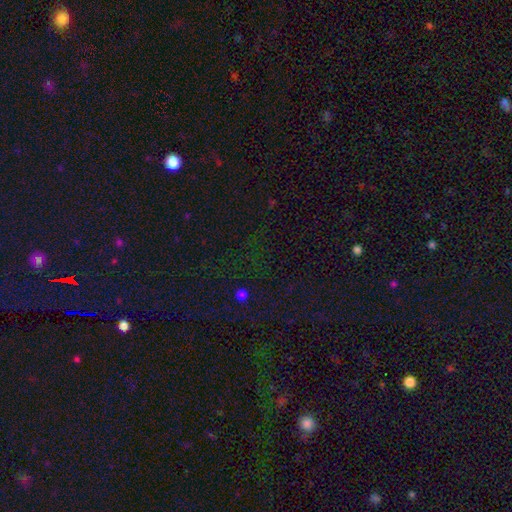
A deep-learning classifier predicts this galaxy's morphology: Q: Smooth or featured?
A: star or artifact (75%); runner-up: smooth (16%)